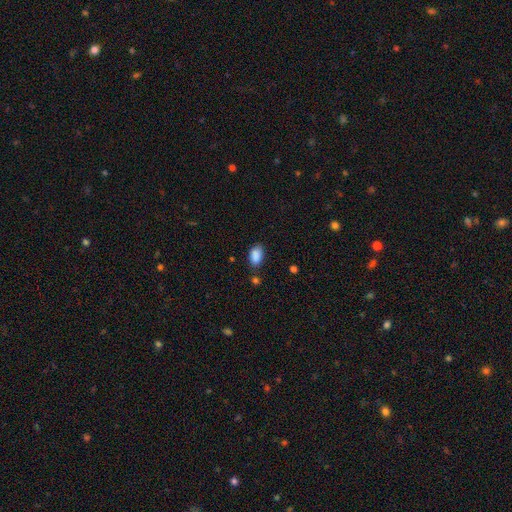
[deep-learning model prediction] Smooth or featured?
  - smooth: 89% *
  - star or artifact: 8%
  - featured or disk: 4%
How rounded?
  - in between: 92% *
  - round: 6%
  - cigar-shaped: 2%
Merging?
  - none: 74% *
  - minor disturbance: 18%
  - merger: 5%
  - major disturbance: 4%